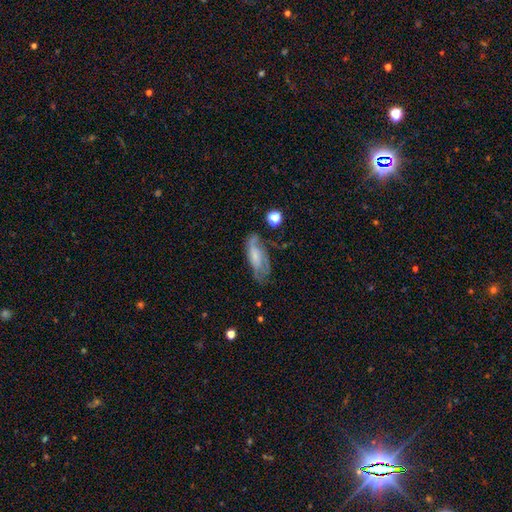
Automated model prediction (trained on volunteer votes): featured or disk 55%, smooth 37%, star or artifact 8%. Down the decision tree: edge-on disk — no (87%); merging — none (47%).